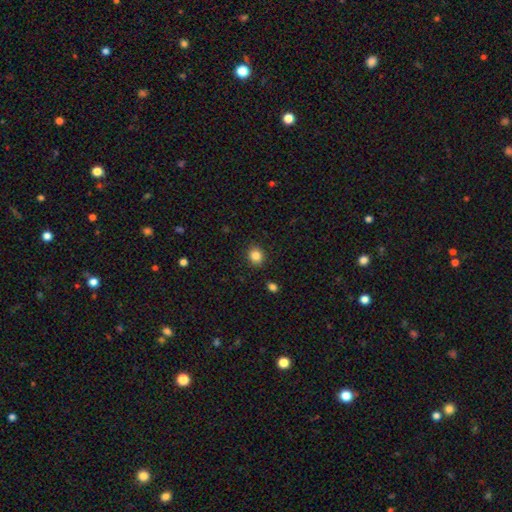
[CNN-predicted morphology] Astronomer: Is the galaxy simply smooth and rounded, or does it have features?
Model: smooth — 86%.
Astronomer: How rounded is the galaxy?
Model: round — 73%.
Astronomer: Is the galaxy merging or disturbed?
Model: none — 89%.